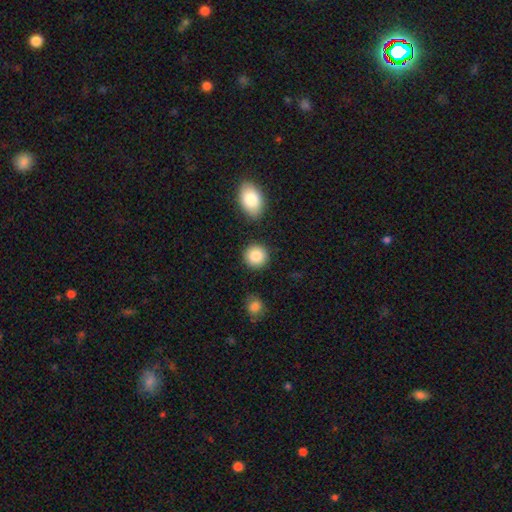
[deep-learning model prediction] This appears to be a smooth galaxy with no disk features (87%) that is round (91%). Merging: none (87%).